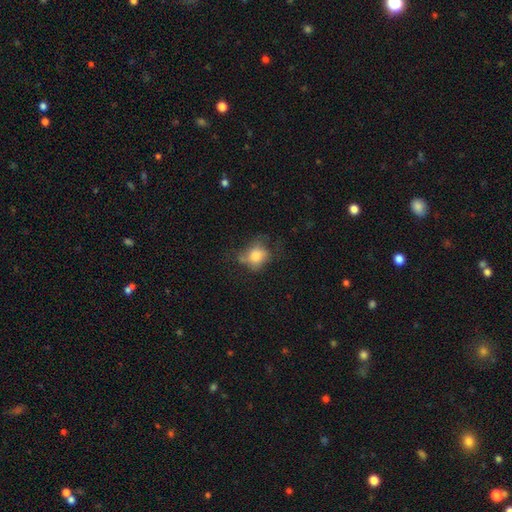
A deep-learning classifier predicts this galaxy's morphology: type=smooth (72%); roundness=round (52%); merging=none (41%).